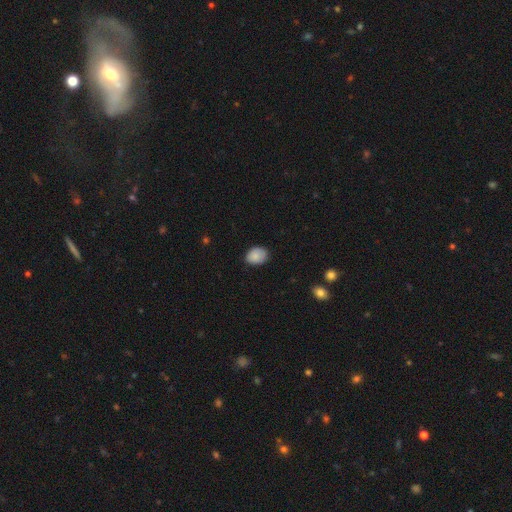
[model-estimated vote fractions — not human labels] Smooth or featured: smooth — 84% (featured or disk — 8%)
How rounded: in between — 57% (round — 42%)
Merging: none — 76% (minor disturbance — 20%)